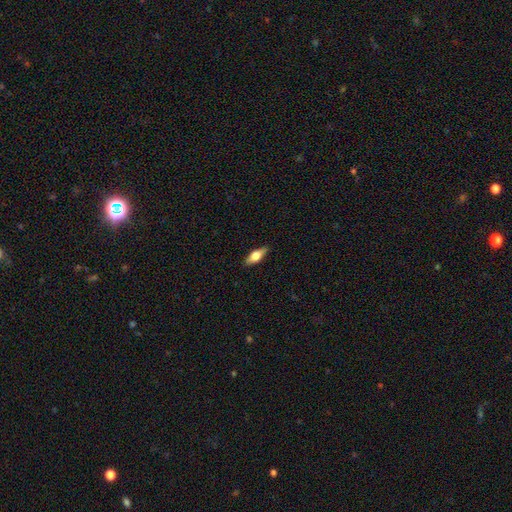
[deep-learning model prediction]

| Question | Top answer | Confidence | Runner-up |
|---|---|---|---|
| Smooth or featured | smooth | 54% | featured or disk (39%) |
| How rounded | in between | 67% | cigar-shaped (29%) |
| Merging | none | 87% | minor disturbance (10%) |